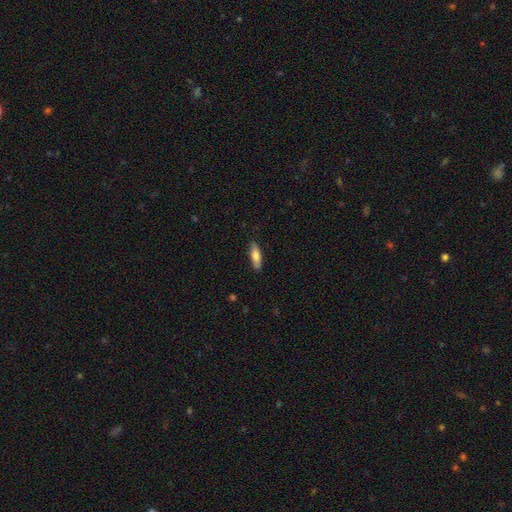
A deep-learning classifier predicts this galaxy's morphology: Smooth or featured? smooth (77%)
How rounded? cigar-shaped (50%)
Merging? none (87%)